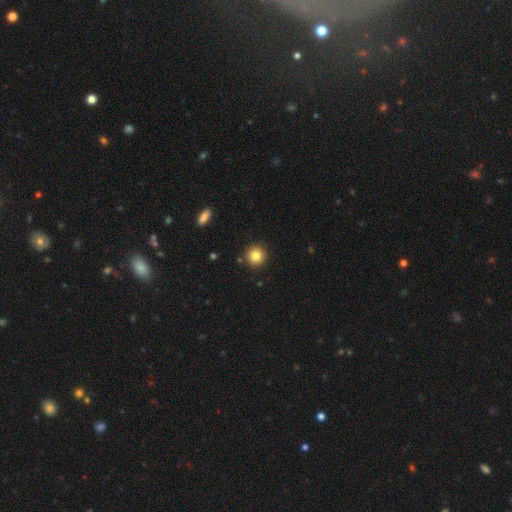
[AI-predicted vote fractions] Smooth or featured? Predicted: smooth (p=0.84). How rounded? Predicted: round (p=0.93). Merging? Predicted: none (p=0.89).